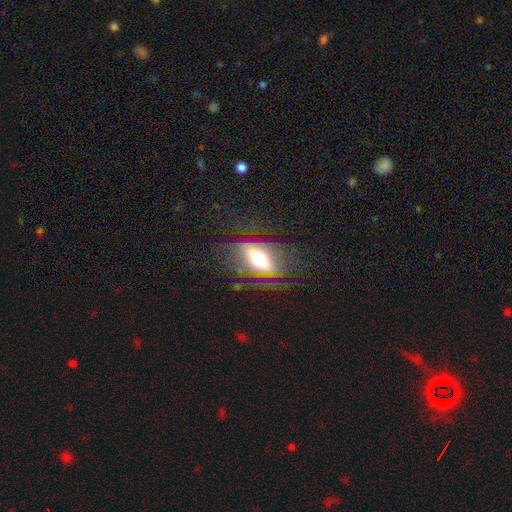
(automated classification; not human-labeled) This appears to be a featured or disk galaxy (58%). Merging: none (51%).